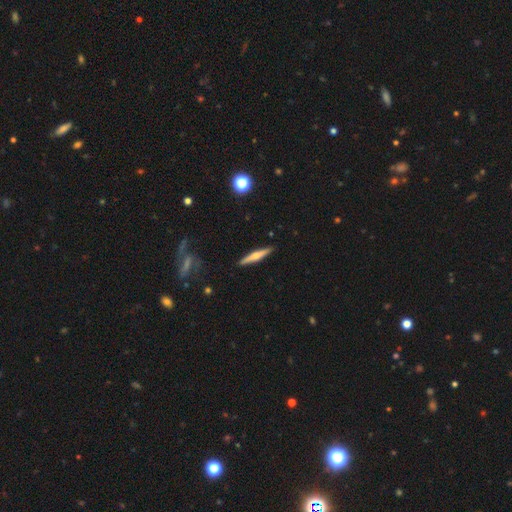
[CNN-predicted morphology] smooth-or-featured: featured or disk: 53% | smooth: 41% | star or artifact: 6%
  disk-edge-on: yes: 96% | no: 4%
    edge-on-bulge: rounded: 83% | none: 12% | boxy: 5%
  merging: none: 91% | minor disturbance: 7% | major disturbance: 1% | merger: 1%